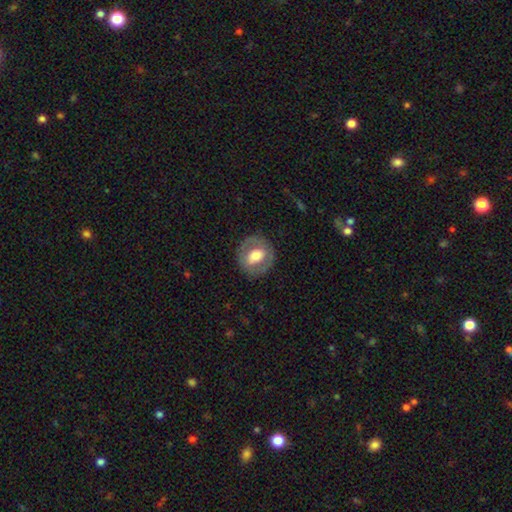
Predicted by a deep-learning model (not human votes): This is possibly a featured or disk galaxy (49%). Merging: clearly none (83%).